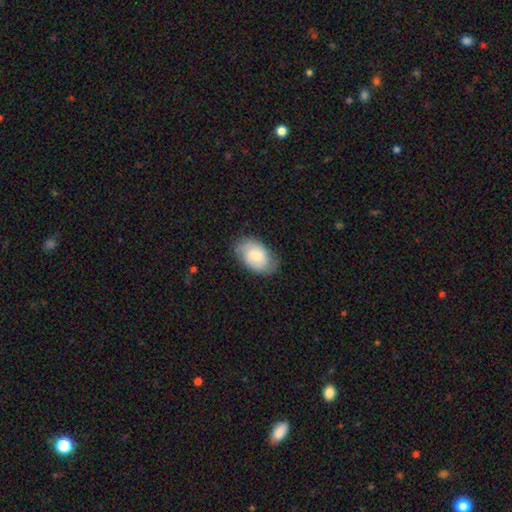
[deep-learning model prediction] A smooth galaxy with no disk features (65%) that is in between round and cigar-shaped (90%). Merging: none (73%).